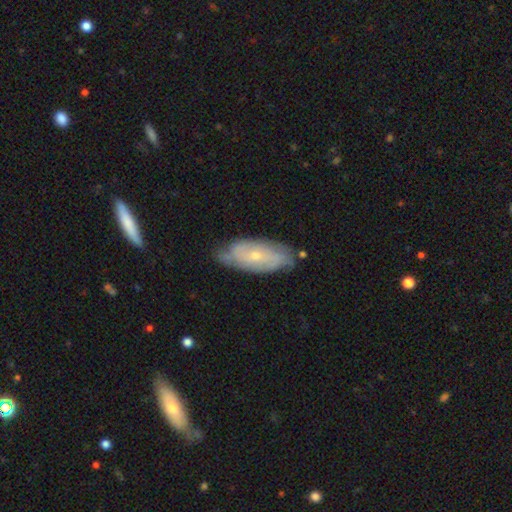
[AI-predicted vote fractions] Smooth or featured: featured or disk — 64% (smooth — 30%)
Edge-on disk: no — 88% (yes — 12%)
Bar: no — 69% (weak — 25%)
Spiral arms: yes — 80% (no — 20%)
Bulge size: small — 68% (moderate — 29%)
Merging: none — 68% (minor disturbance — 25%)